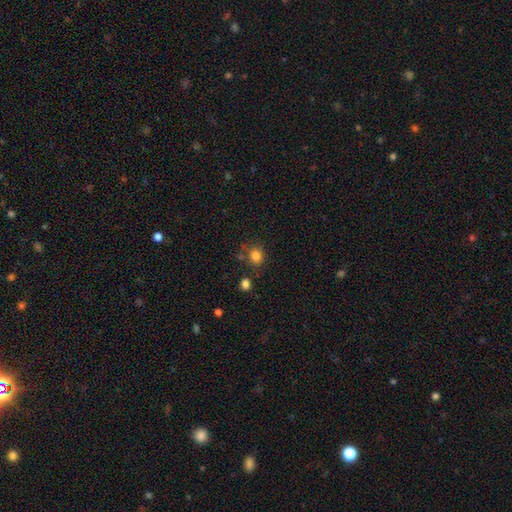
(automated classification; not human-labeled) Overall: smooth (82%). How rounded: round (73%). Merging: none (73%).